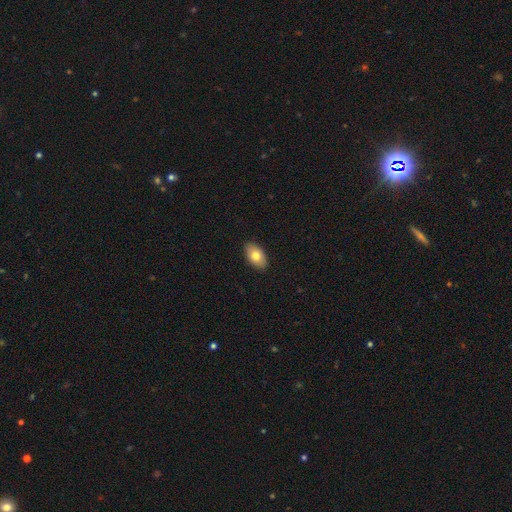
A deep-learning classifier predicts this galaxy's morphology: Smooth or featured: smooth — 77% (featured or disk — 16%)
How rounded: in between — 93% (round — 5%)
Merging: none — 89% (minor disturbance — 8%)